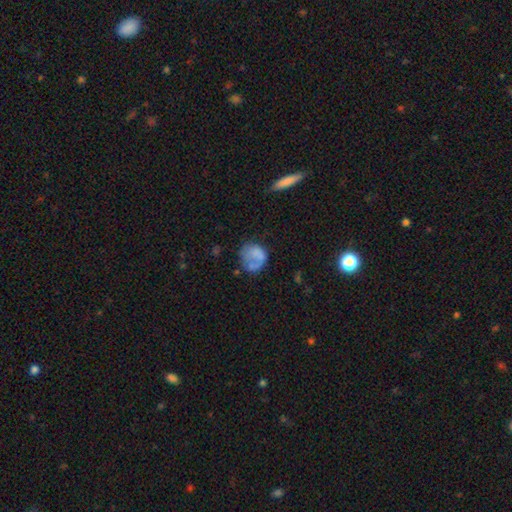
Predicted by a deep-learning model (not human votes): Smooth or featured? Predicted: smooth (p=0.61). How rounded? Predicted: round (p=0.70). Merging? Predicted: none (p=0.41).